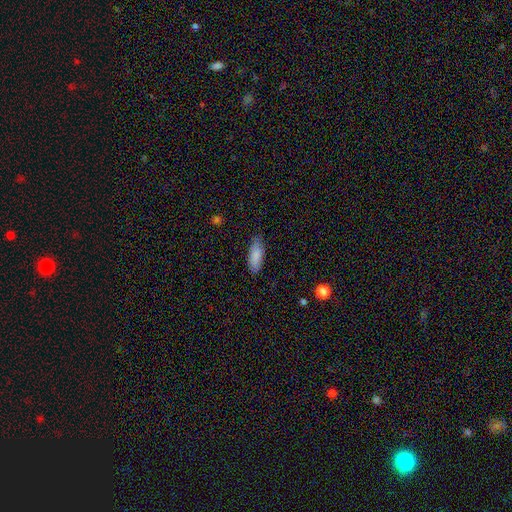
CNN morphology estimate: Smooth or featured?
  - smooth: 87% *
  - featured or disk: 7%
  - star or artifact: 6%
How rounded?
  - in between: 70% *
  - cigar-shaped: 29%
  - round: 2%
Merging?
  - none: 80% *
  - minor disturbance: 17%
  - major disturbance: 3%
  - merger: 1%